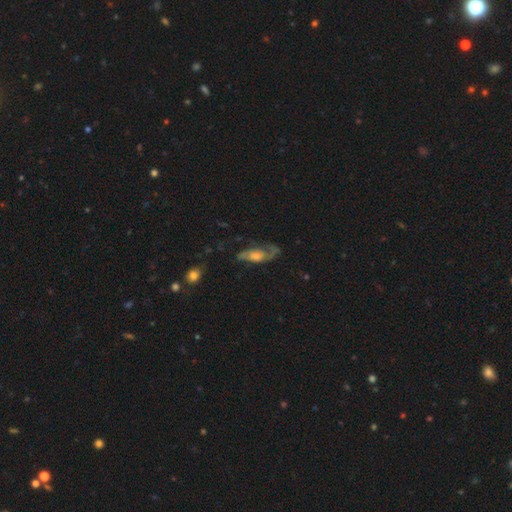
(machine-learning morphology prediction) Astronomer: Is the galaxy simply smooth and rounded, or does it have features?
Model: featured or disk — 61%.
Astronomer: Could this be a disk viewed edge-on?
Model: no — 85%.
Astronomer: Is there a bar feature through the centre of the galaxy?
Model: no — 71%.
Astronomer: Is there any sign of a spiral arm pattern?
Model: yes — 78%.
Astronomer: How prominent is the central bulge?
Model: moderate — 37% (runner-up: large, 25%).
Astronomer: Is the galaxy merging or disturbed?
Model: none — 44% (runner-up: major disturbance, 29%).